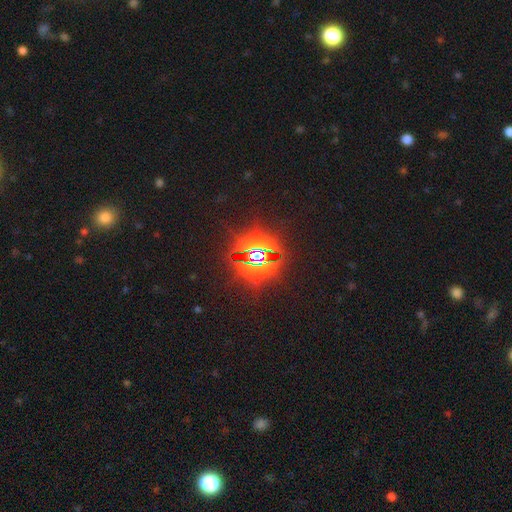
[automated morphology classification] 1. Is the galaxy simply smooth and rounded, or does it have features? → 81% star or artifact, 10% smooth, 8% featured or disk.